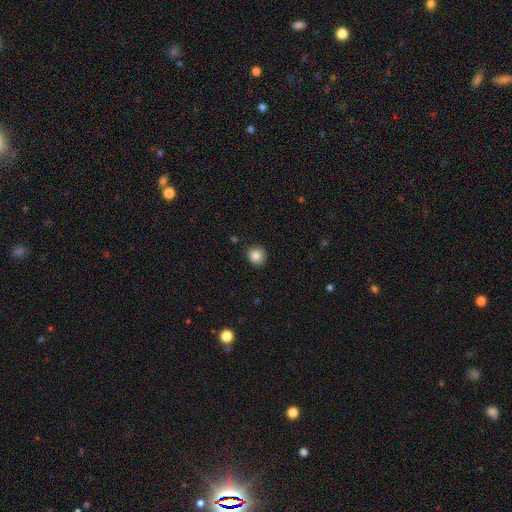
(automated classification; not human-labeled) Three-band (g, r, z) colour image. It shows a smooth galaxy with no disk features (84%) that is round (86%). Merging: none (88%).